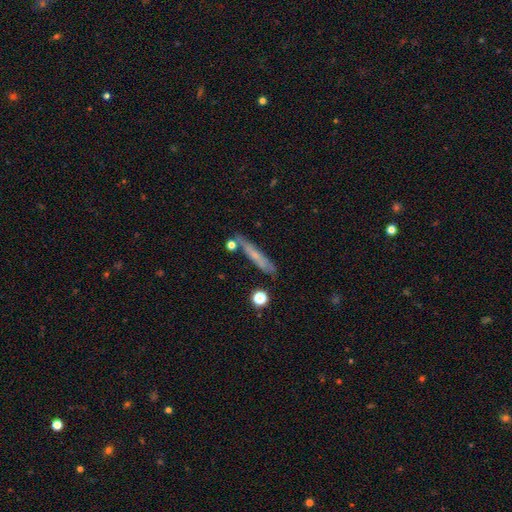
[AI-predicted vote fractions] smooth_or_featured: smooth (p=0.53) [alt: featured or disk p=0.38]
how_rounded: cigar-shaped (p=0.89) [alt: in between p=0.08]
merging: none (p=0.73) [alt: minor disturbance p=0.16]